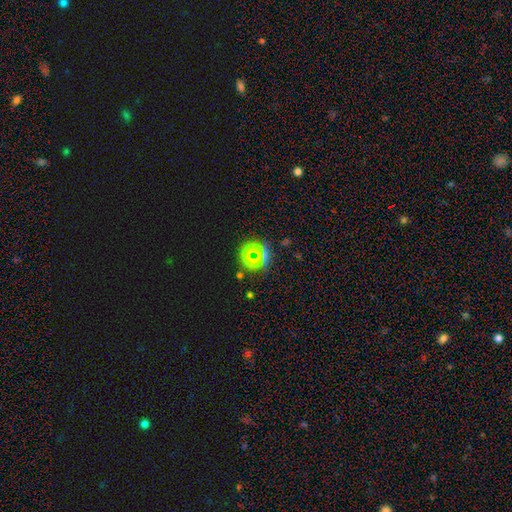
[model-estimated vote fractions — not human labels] Smooth or featured? star or artifact (70%)